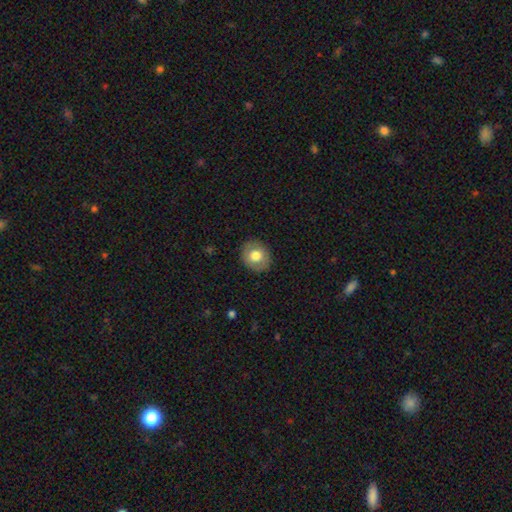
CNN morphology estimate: Smooth or featured? Predicted: smooth (p=0.75). How rounded? Predicted: round (p=0.73). Merging? Predicted: none (p=0.88).